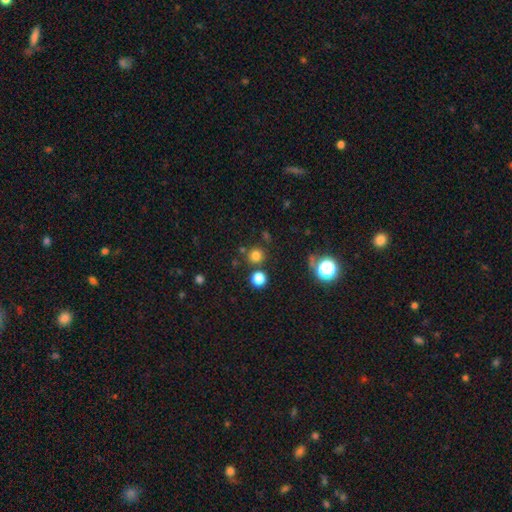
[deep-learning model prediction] smooth-or-featured: smooth: 75% | star or artifact: 19% | featured or disk: 6%
  how-rounded: round: 93% | in between: 6% | cigar-shaped: 1%
  merging: none: 81% | merger: 9% | minor disturbance: 7% | major disturbance: 3%